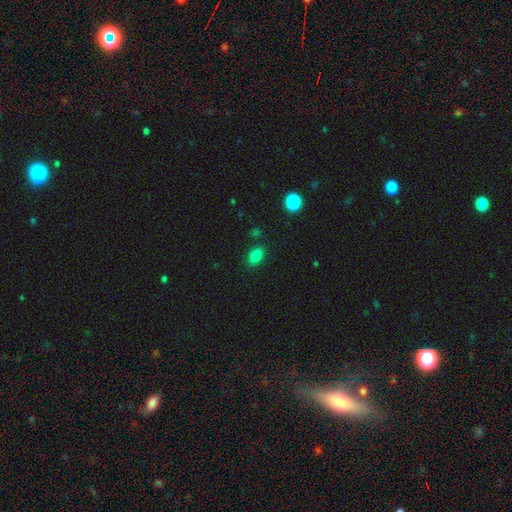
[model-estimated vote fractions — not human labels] This is clearly a smooth galaxy (83%). How rounded: clearly in between (85%). Merging: clearly none (85%).